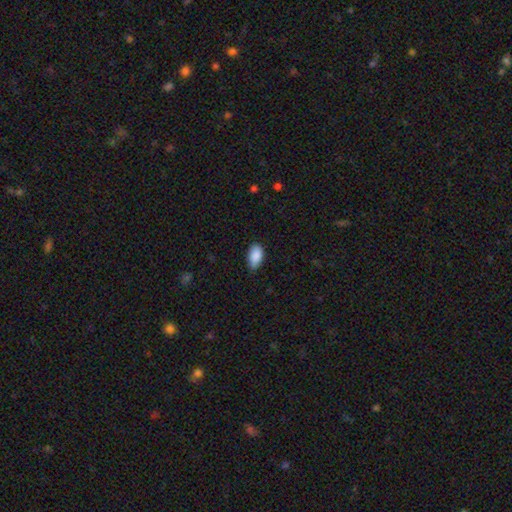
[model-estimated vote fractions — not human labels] Overall: smooth (89%). How rounded: in between (93%). Merging: none (70%).